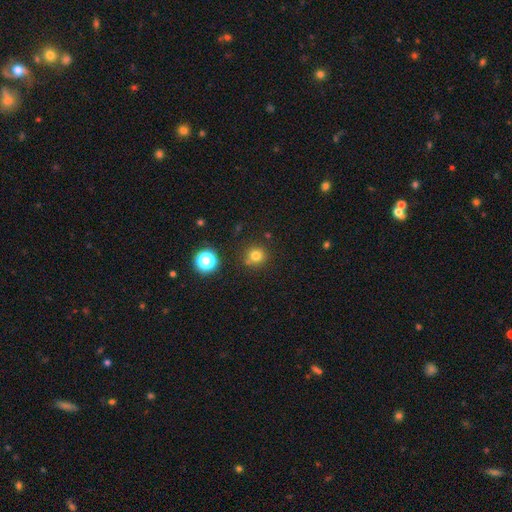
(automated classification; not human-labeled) Smooth or featured: smooth — 76% (star or artifact — 17%)
How rounded: round — 92% (in between — 7%)
Merging: none — 80% (minor disturbance — 9%)